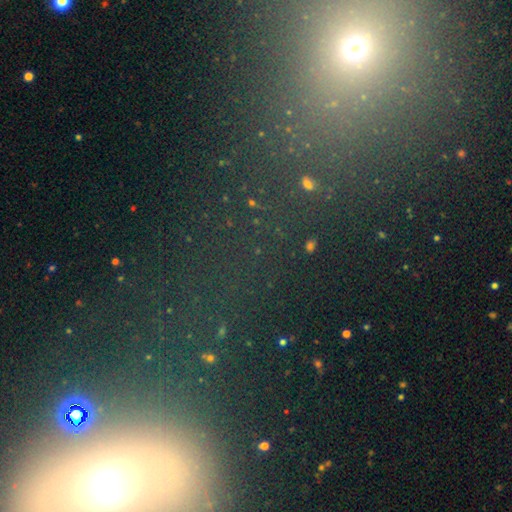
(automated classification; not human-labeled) star or artifact 57%, smooth 28%, featured or disk 15%.